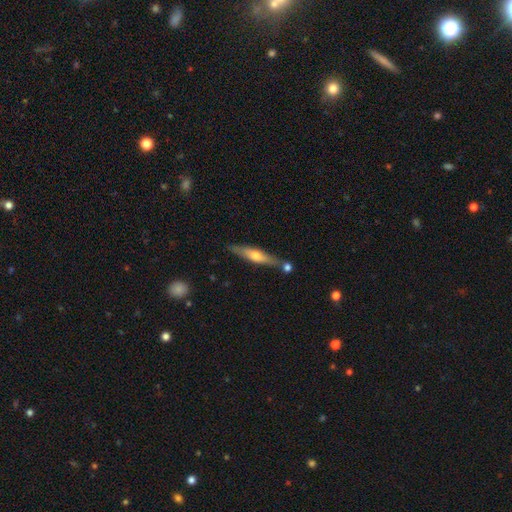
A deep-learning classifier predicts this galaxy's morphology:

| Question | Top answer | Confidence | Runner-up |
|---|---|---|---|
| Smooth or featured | featured or disk | 53% | smooth (41%) |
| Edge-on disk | yes | 92% | no (8%) |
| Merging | none | 76% | minor disturbance (13%) |